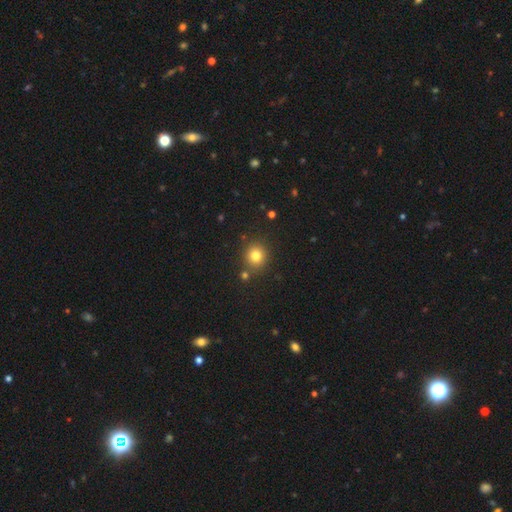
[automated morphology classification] A smooth galaxy with no disk features (79%) that is round (90%).

Vote fractions:
- Smooth or featured? smooth: 79% / star or artifact: 14% / featured or disk: 7%
- How rounded? round: 90% / in between: 10% / cigar-shaped: 1%
- Merging? none: 83% / minor disturbance: 8% / merger: 7% / major disturbance: 3%